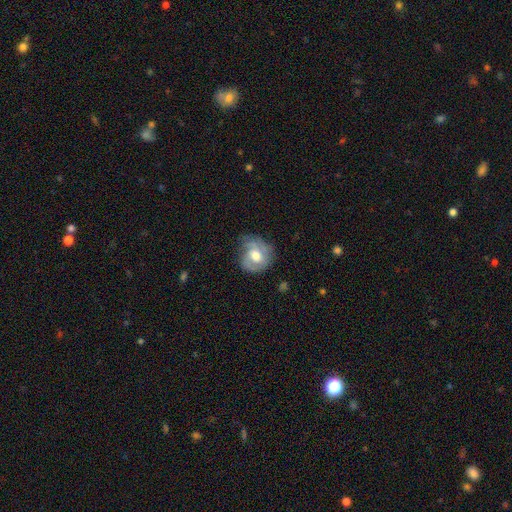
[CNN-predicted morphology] This is likely a featured or disk galaxy (64%). It is clearly not viewed edge-on (97%). Bar: likely no (61%). Spiral arm pattern: clearly yes (86%). Spiral arm count: marginally 2 (44%). Spiral winding: marginally tight (44%). Central bulge: likely moderate (71%). Merging: likely none (61%).